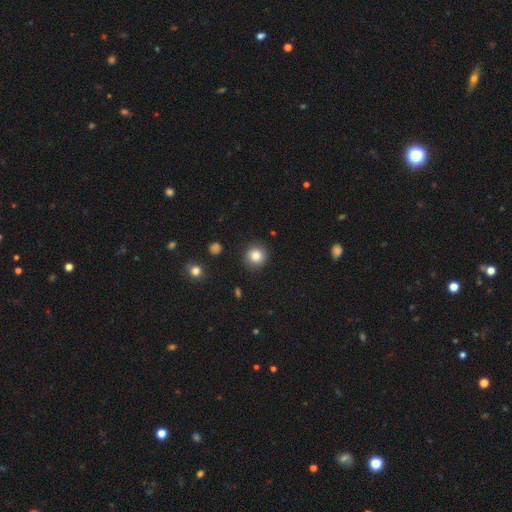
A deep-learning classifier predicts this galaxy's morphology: This appears to be a smooth galaxy with no disk features (83%) that is round (92%). Merging: none (90%).